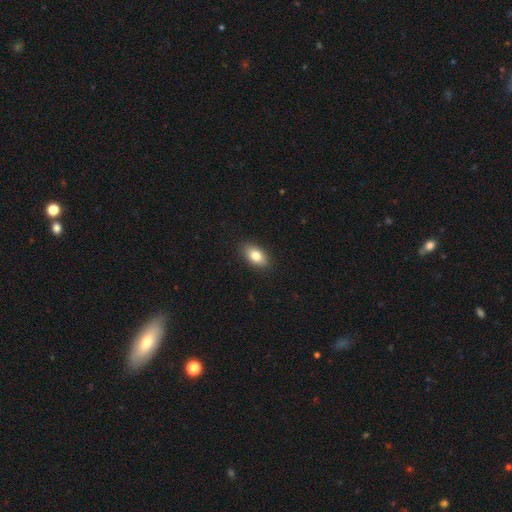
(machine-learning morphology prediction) smooth 81%, featured or disk 11%, star or artifact 8%. Down the decision tree: how rounded — in between (89%); merging — none (88%).